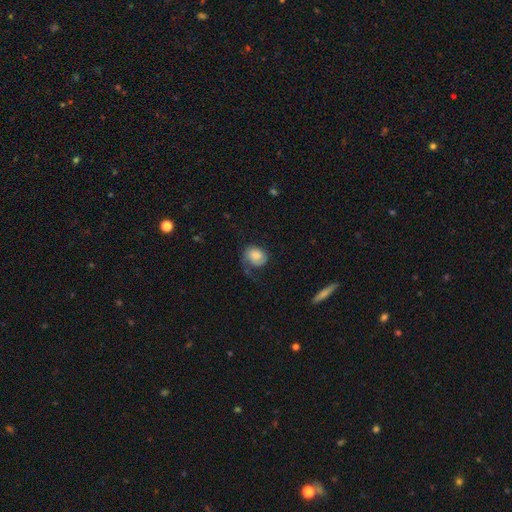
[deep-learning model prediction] The model was most divided on "how rounded": round: 54%, in between: 45%, cigar-shaped: 1%. Remaining: smooth or featured — smooth (57%); merging — none (42%).